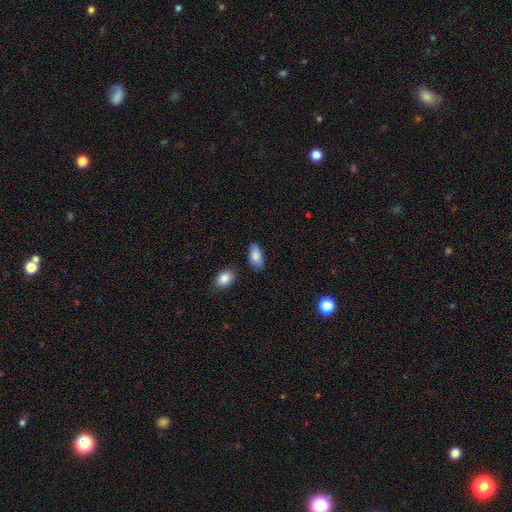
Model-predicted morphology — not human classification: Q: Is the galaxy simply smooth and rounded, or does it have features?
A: smooth — 84%.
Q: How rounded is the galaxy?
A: in between — 91%.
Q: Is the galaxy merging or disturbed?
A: none — 74%.